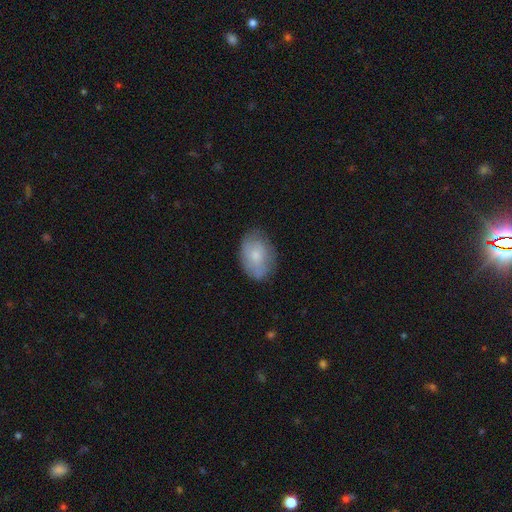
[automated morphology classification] smooth 67%, featured or disk 27%, star or artifact 7%. Down the decision tree: how rounded — in between (82%); merging — none (70%).